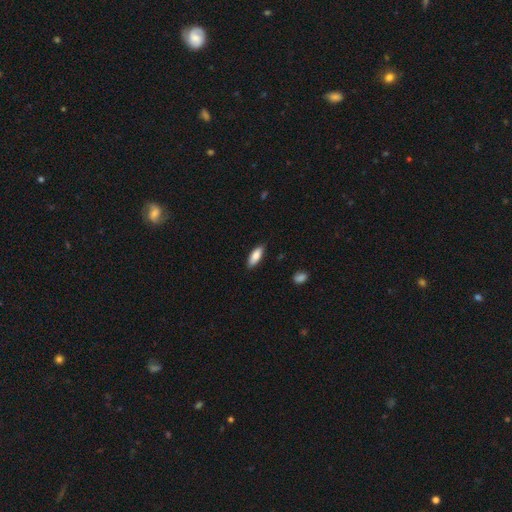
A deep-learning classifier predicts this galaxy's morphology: Q: Smooth or featured?
A: smooth (82%); runner-up: featured or disk (12%)
Q: How rounded?
A: in between (72%); runner-up: cigar-shaped (26%)
Q: Merging?
A: none (84%); runner-up: minor disturbance (13%)